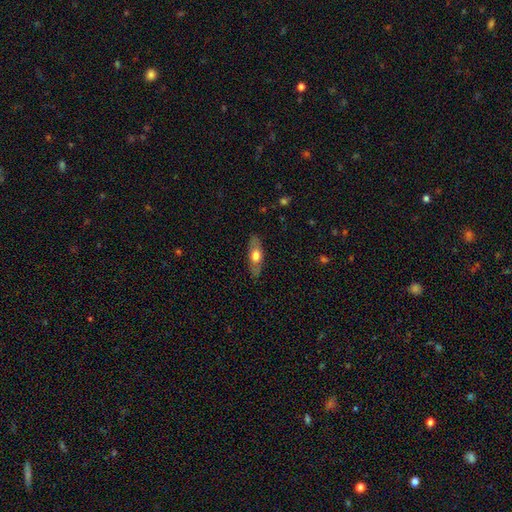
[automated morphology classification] Smooth or featured?
  - smooth: 57% *
  - featured or disk: 37%
  - star or artifact: 6%
How rounded?
  - in between: 67% *
  - cigar-shaped: 29%
  - round: 4%
Merging?
  - none: 83% *
  - minor disturbance: 13%
  - major disturbance: 3%
  - merger: 1%